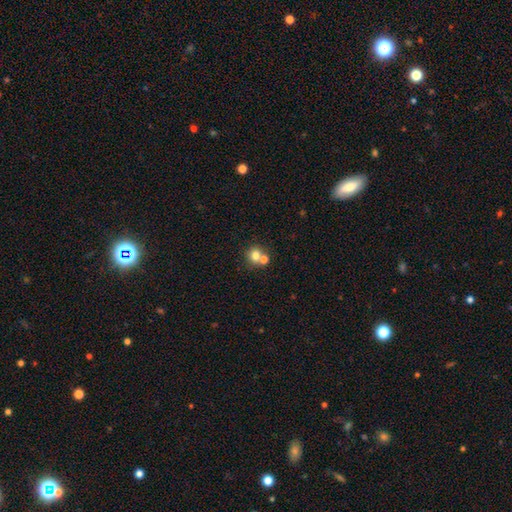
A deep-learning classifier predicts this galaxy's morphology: smooth 76%, star or artifact 12%, featured or disk 12%. Down the decision tree: how rounded — round (85%); merging — none (52%).